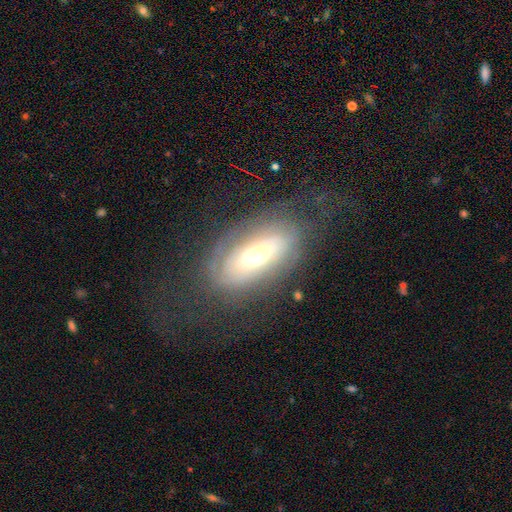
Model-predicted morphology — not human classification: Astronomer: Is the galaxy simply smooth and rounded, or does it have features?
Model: featured or disk — 62%.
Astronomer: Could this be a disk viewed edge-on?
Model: no — 86%.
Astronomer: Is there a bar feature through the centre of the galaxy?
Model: no — 61%.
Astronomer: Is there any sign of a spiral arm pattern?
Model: yes — 62% (runner-up: no, 38%).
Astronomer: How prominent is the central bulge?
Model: moderate — 61%.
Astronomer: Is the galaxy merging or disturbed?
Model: none — 64%.